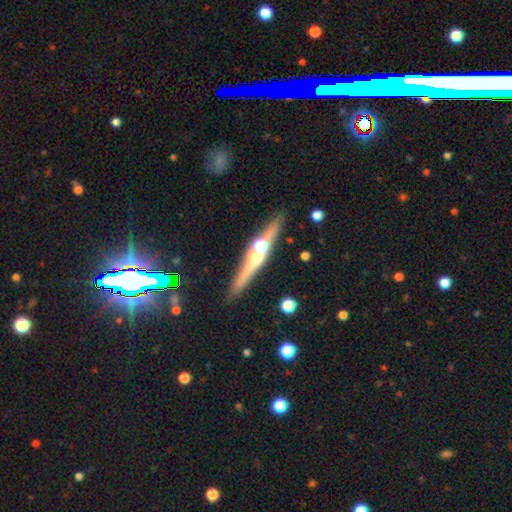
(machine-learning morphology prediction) This is likely a featured or disk galaxy (66%). It is clearly viewed edge-on (95%). Edge-on bulge: clearly rounded (90%). Merging: likely none (76%).